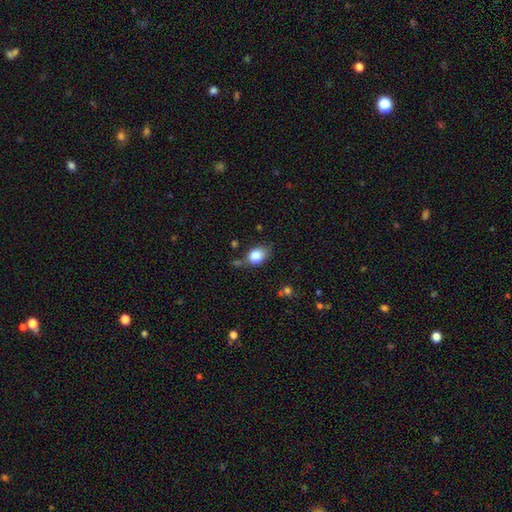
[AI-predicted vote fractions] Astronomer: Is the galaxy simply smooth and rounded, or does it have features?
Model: smooth — 83%.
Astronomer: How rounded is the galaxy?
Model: in between — 64%.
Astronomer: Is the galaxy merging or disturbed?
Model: none — 61%.